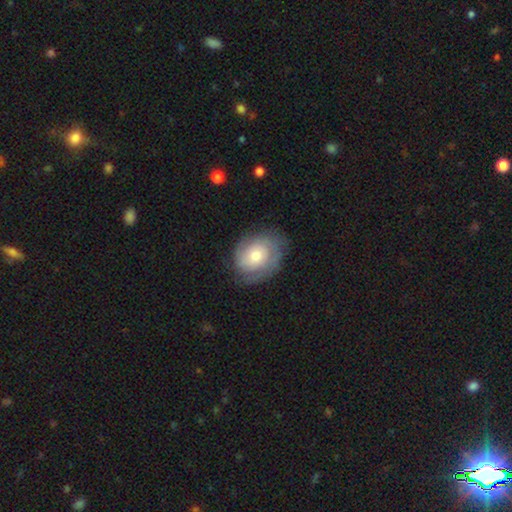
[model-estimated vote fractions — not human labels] Smooth or featured?
  - featured or disk: 57% *
  - smooth: 37%
  - star or artifact: 7%
Edge-on disk?
  - no: 96% *
  - yes: 4%
Bar?
  - no: 81% *
  - weak: 16%
  - strong: 3%
Spiral arms?
  - yes: 80% *
  - no: 20%
Bulge size?
  - moderate: 61% *
  - small: 29%
  - large: 8%
  - none: 1%
  - dominant: 1%
Merging?
  - none: 72% *
  - minor disturbance: 20%
  - major disturbance: 7%
  - merger: 1%